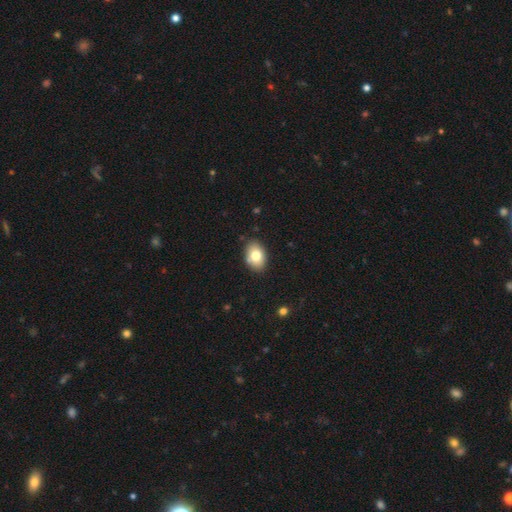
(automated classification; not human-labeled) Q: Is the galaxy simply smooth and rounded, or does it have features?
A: smooth — 78%.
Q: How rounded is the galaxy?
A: in between — 83%.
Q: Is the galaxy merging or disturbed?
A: none — 85%.